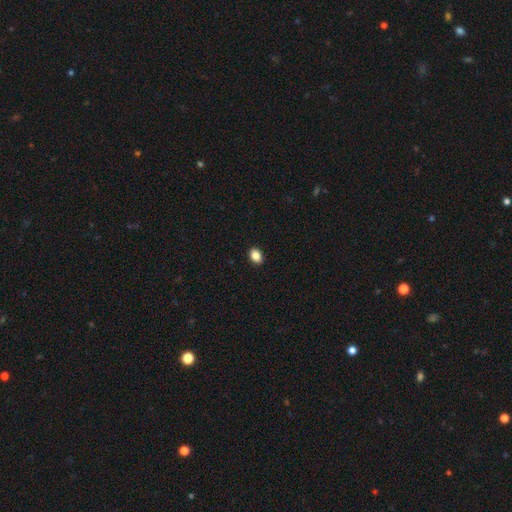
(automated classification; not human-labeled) A smooth galaxy with no disk features (87%) that is in between round and cigar-shaped (76%).

Vote fractions:
- Smooth or featured? smooth: 87% / star or artifact: 9% / featured or disk: 5%
- How rounded? in between: 76% / round: 23% / cigar-shaped: 1%
- Merging? none: 91% / minor disturbance: 6% / major disturbance: 2% / merger: 1%